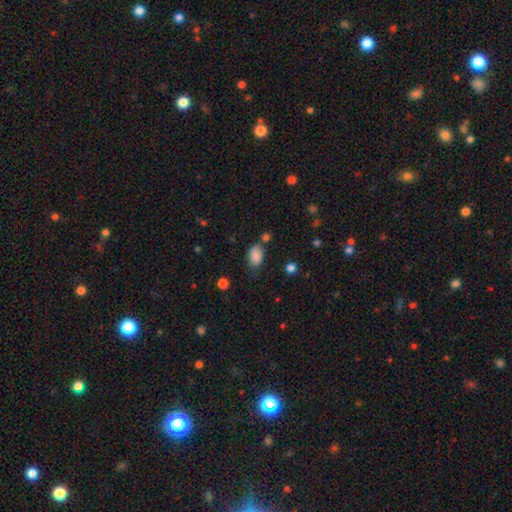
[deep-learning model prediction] This is clearly a smooth galaxy (85%). How rounded: clearly in between (87%). Merging: likely none (60%).